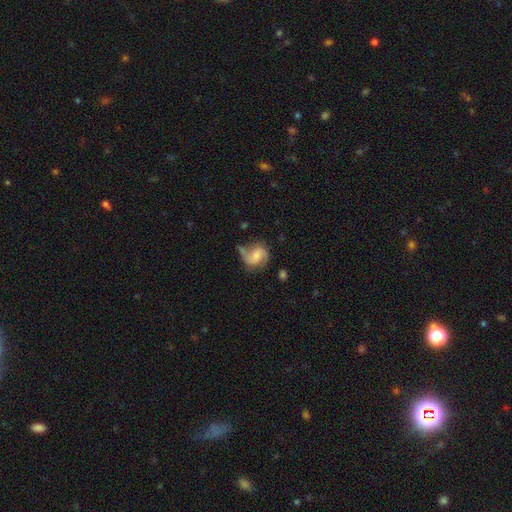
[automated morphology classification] A featured or disk galaxy (62%) with no bar (54%), 2 (80%) medium (44%) spiral arms (89%) and a small central bulge (37%, tied with moderate).

Vote fractions:
- Smooth or featured? featured or disk: 62% / smooth: 30% / star or artifact: 7%
- Edge-on disk? no: 98% / yes: 2%
- Bar? no: 54% / weak: 37% / strong: 9%
- Spiral arms? yes: 89% / no: 11%
- Spiral winding? medium: 44% / loose: 36% / tight: 19%
- Spiral arm count? 2: 80% / 1: 8% / can't tell: 7% / 3: 2% / 4: 1% / more than 4: 1%
- Bulge size? small: 37% (tied) / moderate: 37% (tied) / none: 16% / large: 8% / dominant: 2%
- Merging? none: 47% / minor disturbance: 27% / major disturbance: 17% / merger: 9%